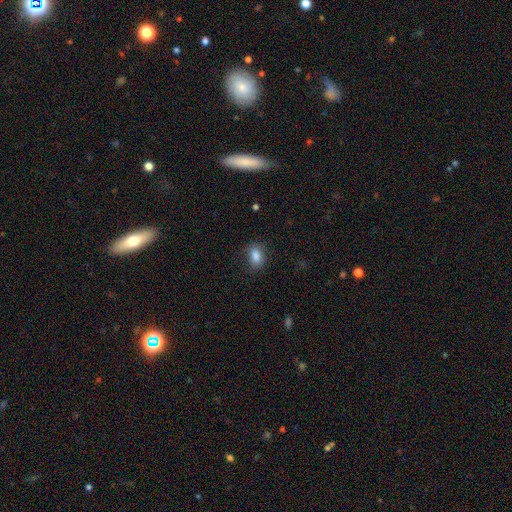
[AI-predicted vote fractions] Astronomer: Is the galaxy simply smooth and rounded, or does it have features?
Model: smooth — 85%.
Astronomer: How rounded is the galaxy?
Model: in between — 80%.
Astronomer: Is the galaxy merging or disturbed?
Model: none — 74%.